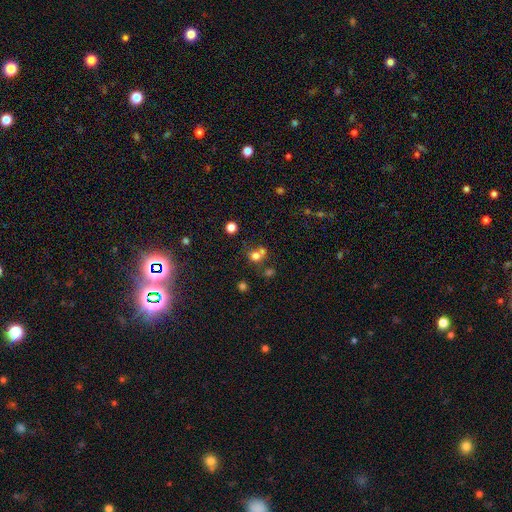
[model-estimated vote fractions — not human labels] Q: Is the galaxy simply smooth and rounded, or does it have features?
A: smooth — 72%.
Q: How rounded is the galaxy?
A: round — 78%.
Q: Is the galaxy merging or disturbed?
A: none — 45%.